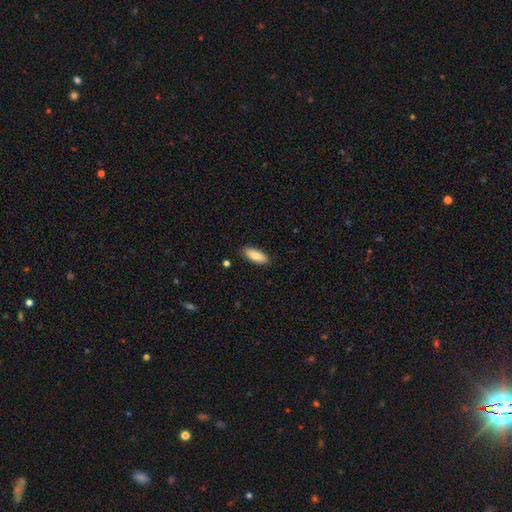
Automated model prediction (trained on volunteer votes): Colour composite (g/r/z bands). It shows a smooth galaxy with no disk features (83%) that is in between round and cigar-shaped (79%). Merging: none (87%).